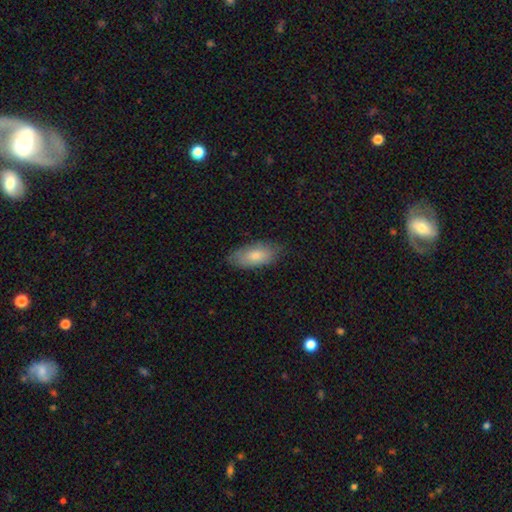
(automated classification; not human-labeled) Q: Smooth or featured?
A: smooth (78%); runner-up: featured or disk (16%)
Q: How rounded?
A: in between (88%); runner-up: cigar-shaped (9%)
Q: Merging?
A: none (77%); runner-up: minor disturbance (19%)